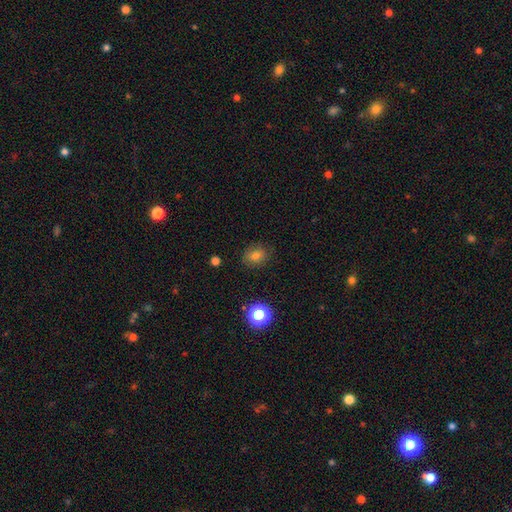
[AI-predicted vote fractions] The model was most divided on "how rounded": round: 62%, in between: 38%, cigar-shaped: 1%. More confident: merging — none (84%); smooth or featured — smooth (76%).